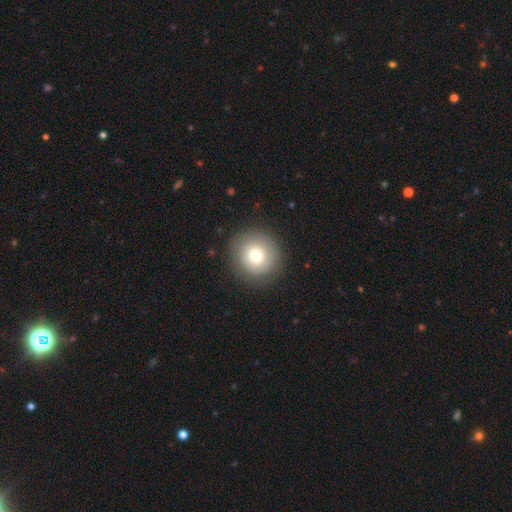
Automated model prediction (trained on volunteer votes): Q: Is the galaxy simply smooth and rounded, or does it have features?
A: smooth — 76%.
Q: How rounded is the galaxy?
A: round — 93%.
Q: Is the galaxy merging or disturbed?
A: none — 88%.